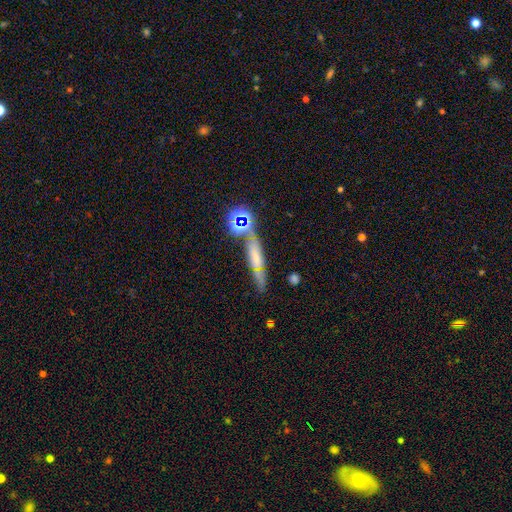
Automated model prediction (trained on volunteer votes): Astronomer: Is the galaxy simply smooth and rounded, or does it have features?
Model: smooth — 42% (runner-up: featured or disk, 30%).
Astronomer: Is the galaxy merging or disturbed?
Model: none — 67%.